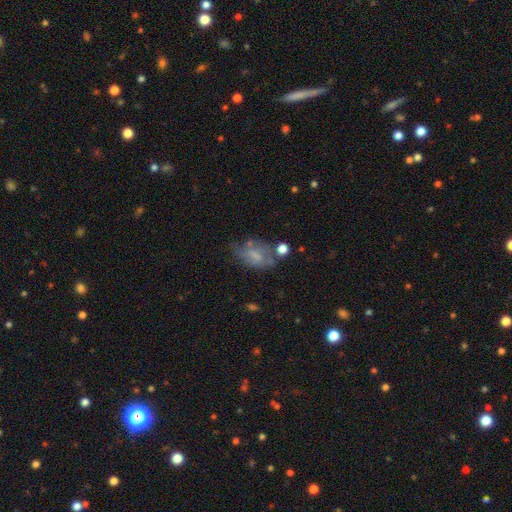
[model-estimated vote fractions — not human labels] Smooth or featured? Predicted: smooth (p=0.49). Merging? Predicted: none (p=0.41).